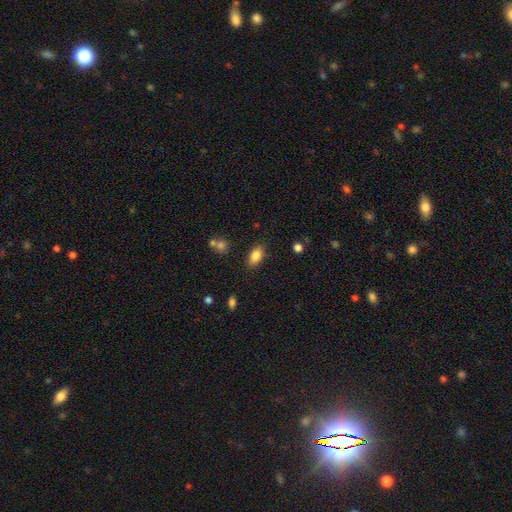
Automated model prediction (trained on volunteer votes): A smooth galaxy with no disk features (83%) that is in between round and cigar-shaped (88%).

Vote fractions:
- Smooth or featured? smooth: 83% / featured or disk: 9% / star or artifact: 8%
- How rounded? in between: 88% / round: 7% / cigar-shaped: 5%
- Merging? none: 83% / minor disturbance: 11% / major disturbance: 3% / merger: 2%